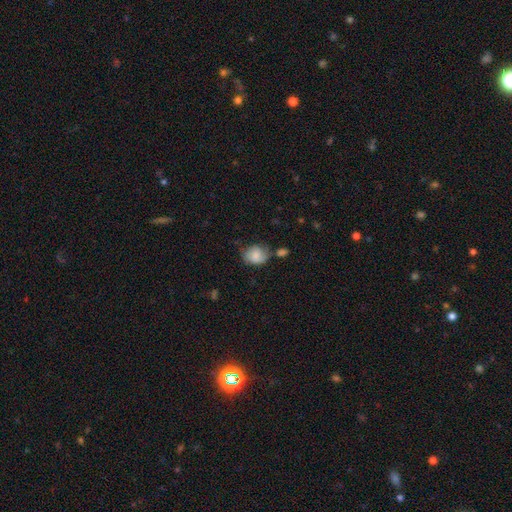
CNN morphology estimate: A smooth galaxy with no disk features (73%) that is round (54%).

Vote fractions:
- Smooth or featured? smooth: 73% / featured or disk: 19% / star or artifact: 8%
- How rounded? round: 54% / in between: 45% / cigar-shaped: 1%
- Merging? none: 49% / minor disturbance: 30% / major disturbance: 11% / merger: 11%